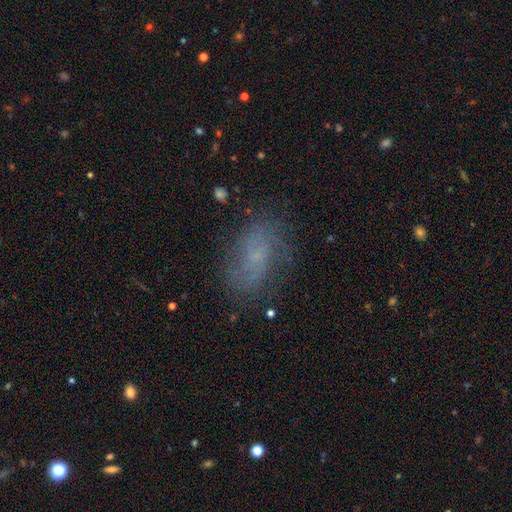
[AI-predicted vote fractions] The model was most divided on "smooth or featured": featured or disk: 49%, smooth: 36%, star or artifact: 16%. More confident: merging — none (73%).